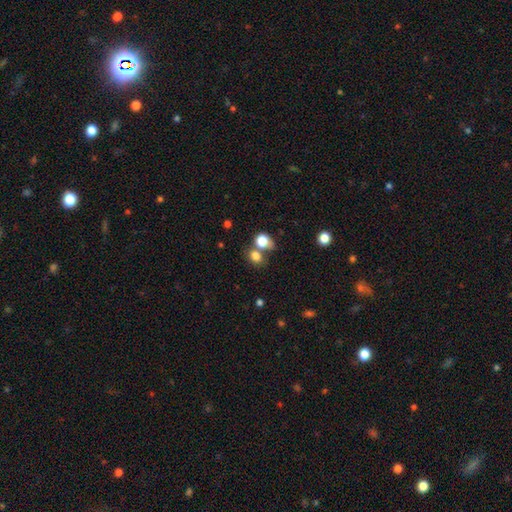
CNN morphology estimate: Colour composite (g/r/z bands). It shows a smooth galaxy with no disk features (78%) that is round (64%). Merging: none (50%).